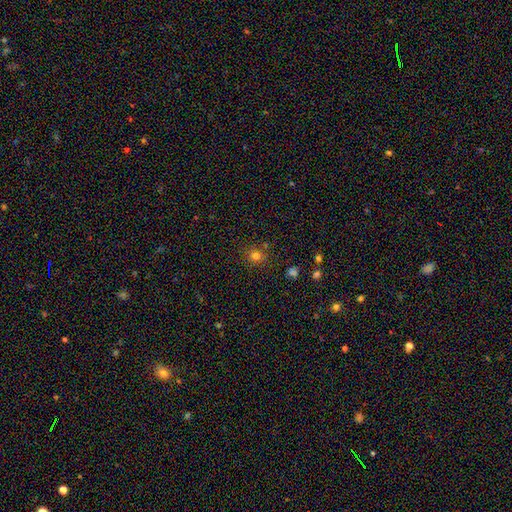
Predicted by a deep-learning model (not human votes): The model was most divided on "smooth or featured": smooth: 77%, star or artifact: 17%, featured or disk: 6%. More confident: how rounded — round (81%); merging — none (81%).